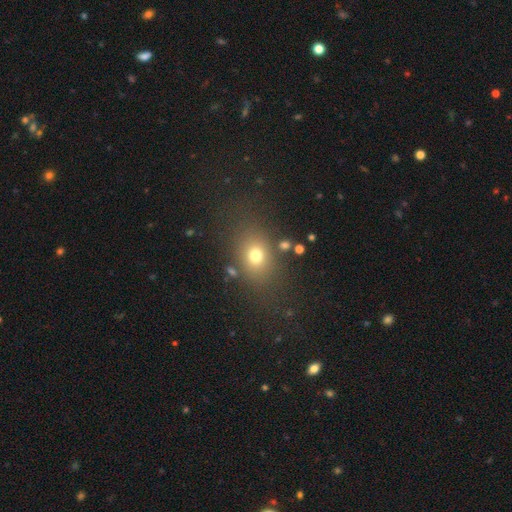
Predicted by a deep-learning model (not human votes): smooth-or-featured: smooth: 73% | star or artifact: 15% | featured or disk: 11%
  how-rounded: in between: 58% | round: 40% | cigar-shaped: 2%
  merging: none: 76% | minor disturbance: 13% | major disturbance: 8% | merger: 4%